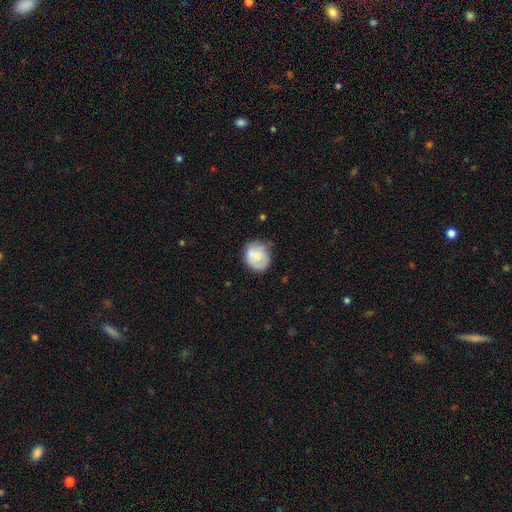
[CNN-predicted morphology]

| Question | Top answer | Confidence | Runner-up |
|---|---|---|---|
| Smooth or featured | smooth | 66% | featured or disk (27%) |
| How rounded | round | 69% | in between (30%) |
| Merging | none | 60% | minor disturbance (28%) |